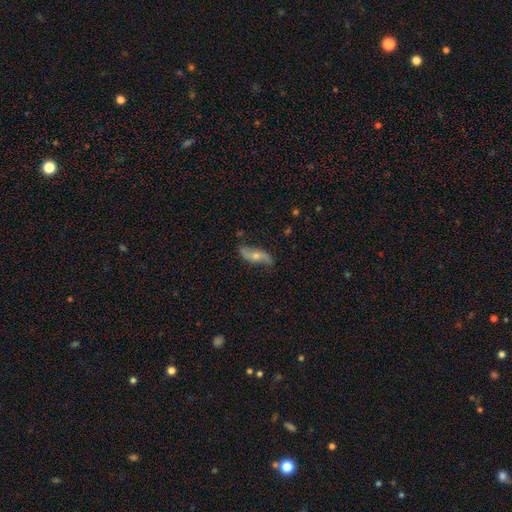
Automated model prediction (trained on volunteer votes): This is likely a featured or disk galaxy (72%). It is clearly not viewed edge-on (82%). Bar: likely no (67%). Spiral arm pattern: clearly yes (89%). Spiral arm count: clearly 2 (91%). Spiral winding: likely loose (77%). Central bulge: possibly moderate (54%). Merging: likely none (77%).